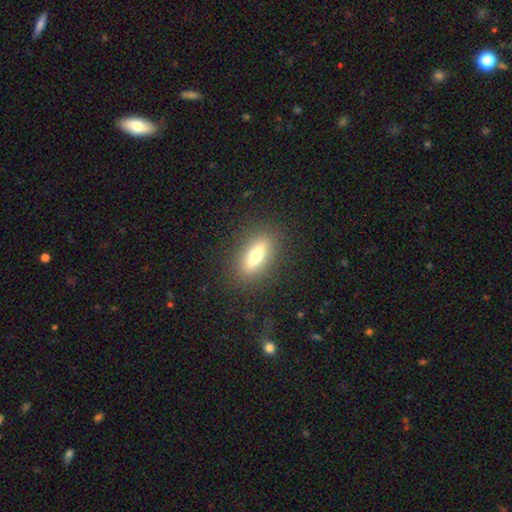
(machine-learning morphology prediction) This appears to be a smooth galaxy with no disk features (59%) that is in between round and cigar-shaped (56%). Merging: none (86%).